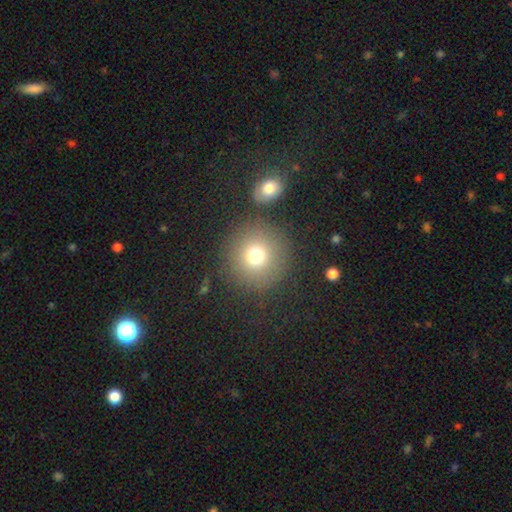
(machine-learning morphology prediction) This is likely a smooth galaxy (74%). How rounded: clearly round (94%). Merging: clearly none (82%).